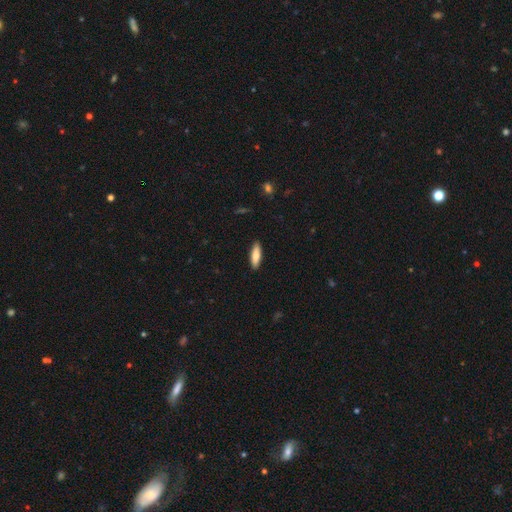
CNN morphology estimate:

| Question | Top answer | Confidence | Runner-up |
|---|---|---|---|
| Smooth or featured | smooth | 79% | featured or disk (16%) |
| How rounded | cigar-shaped | 55% | in between (43%) |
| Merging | none | 91% | minor disturbance (7%) |